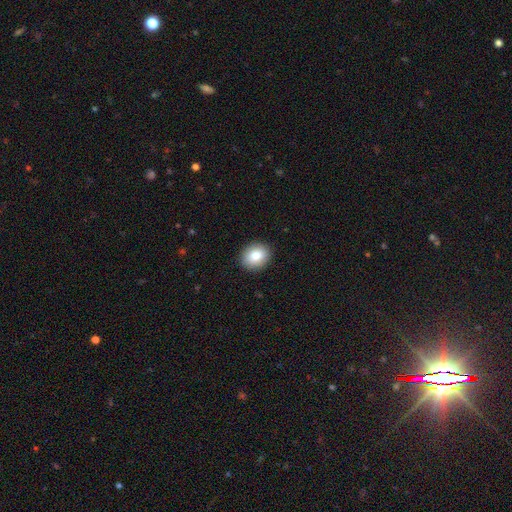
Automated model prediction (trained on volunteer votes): Morphology: type=smooth (84%); roundness=round (55%); merging=none (90%).